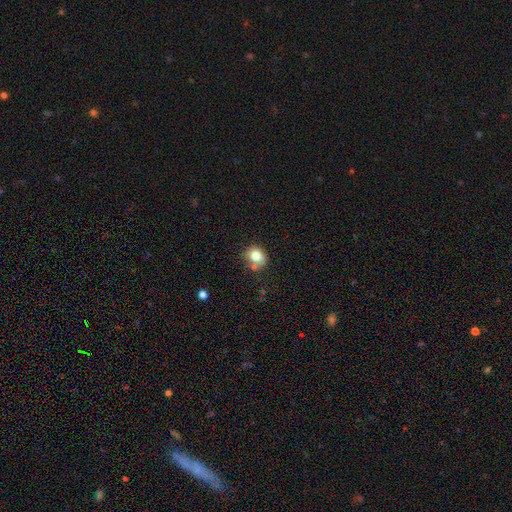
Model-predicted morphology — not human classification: This is likely a smooth galaxy (79%). How rounded: likely round (70%). Merging: possibly none (60%).